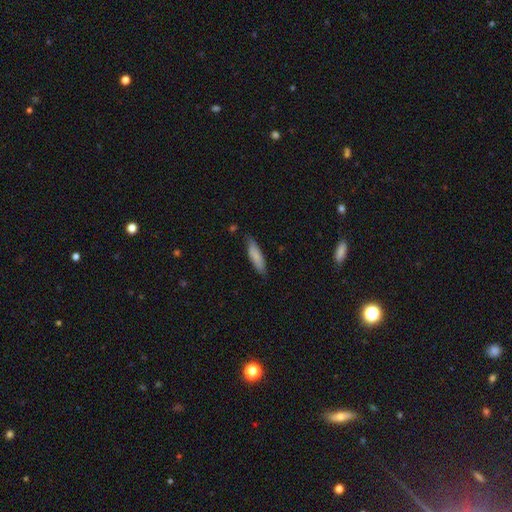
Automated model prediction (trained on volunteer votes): The model was most divided on "how rounded": cigar-shaped: 71%, in between: 28%, round: 1%. More confident: smooth or featured — smooth (80%); merging — none (80%).